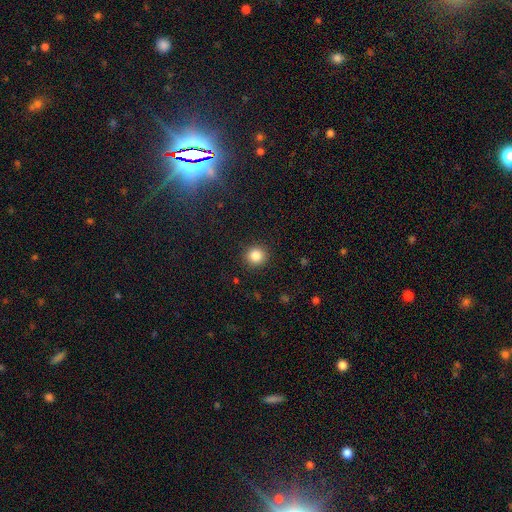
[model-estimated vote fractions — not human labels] smooth_or_featured: smooth (p=0.84) [alt: star or artifact p=0.11]
how_rounded: round (p=0.92) [alt: in between p=0.07]
merging: none (p=0.92) [alt: minor disturbance p=0.05]